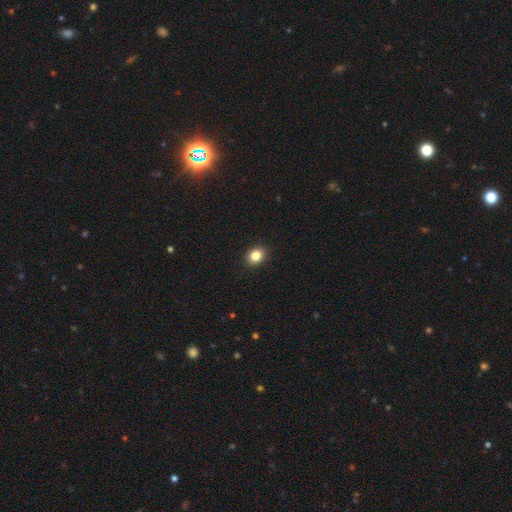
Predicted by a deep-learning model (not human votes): Q: Smooth or featured?
A: smooth (85%); runner-up: star or artifact (10%)
Q: How rounded?
A: round (55%); runner-up: in between (44%)
Q: Merging?
A: none (91%); runner-up: minor disturbance (6%)